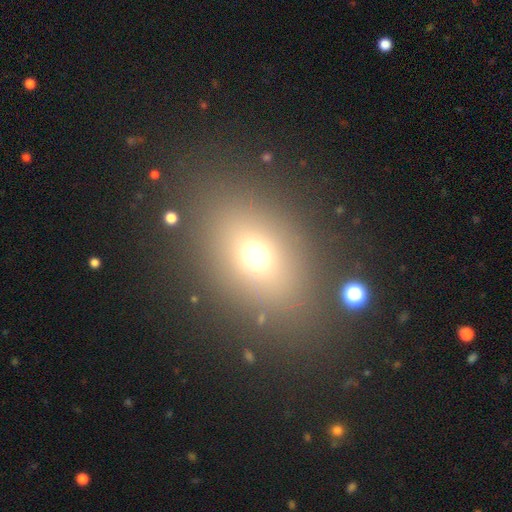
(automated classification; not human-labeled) smooth_or_featured: smooth (p=0.66) [alt: star or artifact p=0.21]
how_rounded: in between (p=0.64) [alt: round p=0.34]
merging: none (p=0.83) [alt: minor disturbance p=0.09]